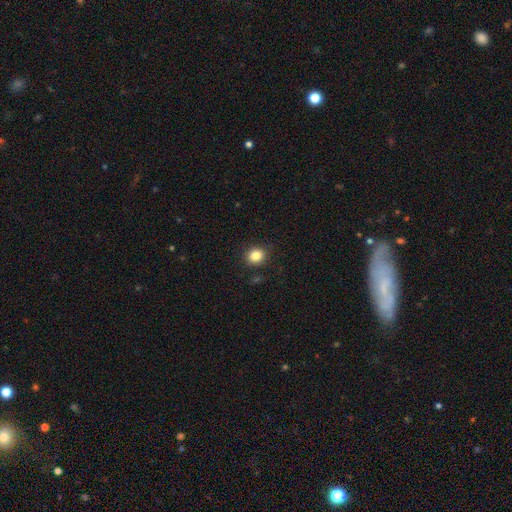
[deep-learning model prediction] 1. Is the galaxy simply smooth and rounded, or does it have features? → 84% smooth, 11% star or artifact, 5% featured or disk.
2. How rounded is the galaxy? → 72% round, 27% in between, 1% cigar-shaped.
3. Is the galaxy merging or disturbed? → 88% none, 8% minor disturbance, 2% major disturbance, 1% merger.